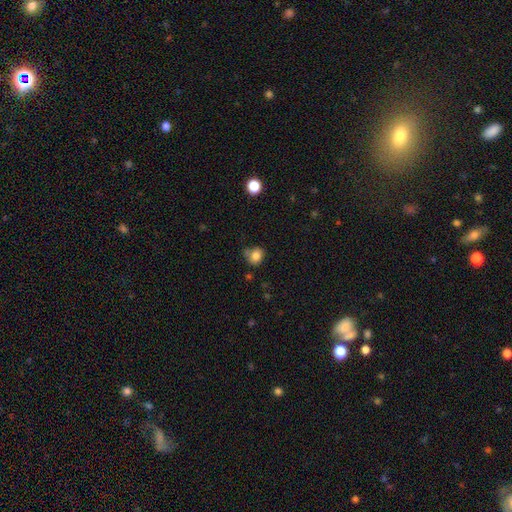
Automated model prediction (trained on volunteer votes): A smooth galaxy with no disk features (82%) that is round (67%). Merging: none (61%).